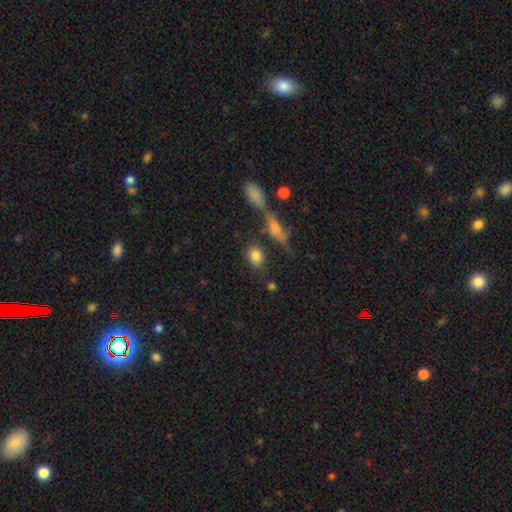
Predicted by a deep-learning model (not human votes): Q: Smooth or featured?
A: smooth (80%); runner-up: featured or disk (10%)
Q: How rounded?
A: in between (51%); runner-up: round (45%)
Q: Merging?
A: none (72%); runner-up: minor disturbance (13%)